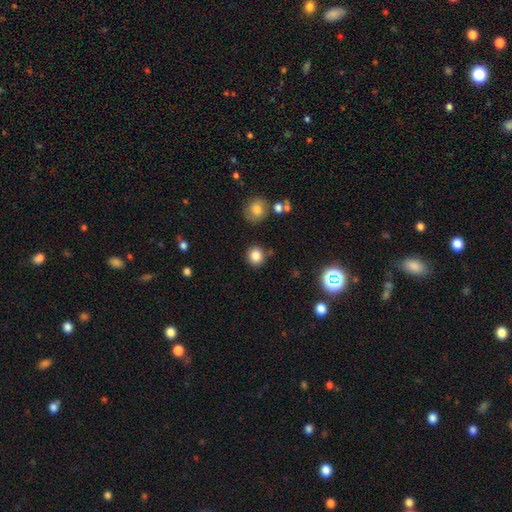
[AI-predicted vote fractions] The model was most divided on "smooth or featured": smooth: 83%, star or artifact: 12%, featured or disk: 5%. More confident: how rounded — round (86%); merging — none (85%).